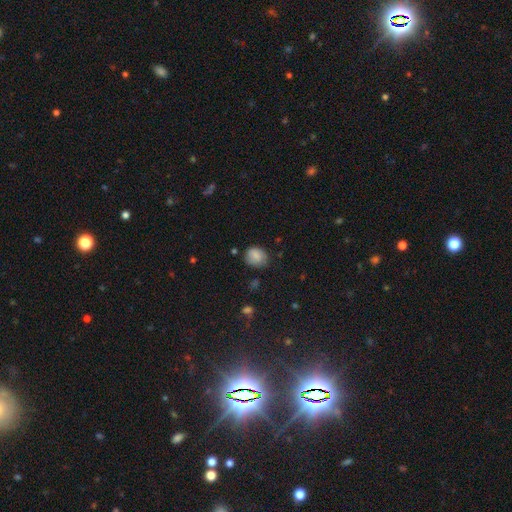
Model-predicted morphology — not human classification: Smooth or featured: smooth — 80% (featured or disk — 12%)
How rounded: round — 57% (in between — 42%)
Merging: none — 70% (minor disturbance — 23%)